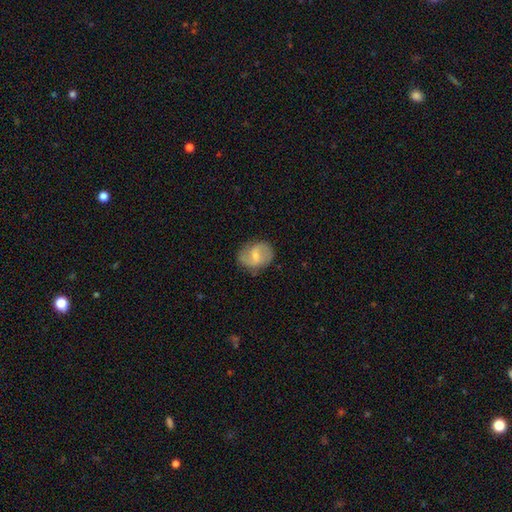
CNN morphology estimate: The model was most divided on "bulge size": small: 51%, moderate: 39%, none: 7%, large: 2%, dominant: 1%. More confident: edge-on disk — no (97%); spiral arms — yes (83%); merging — none (74%); smooth or featured — featured or disk (59%); bar — weak (57%).